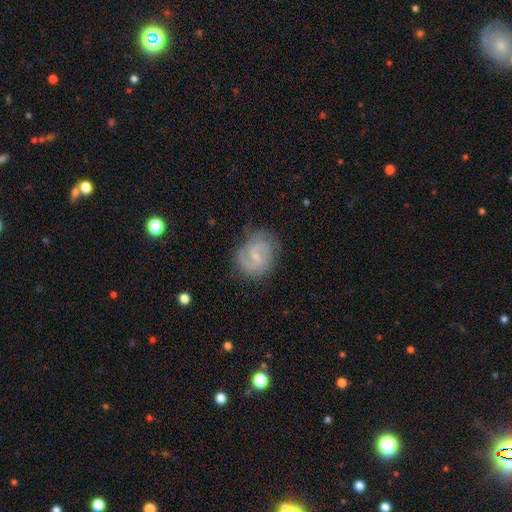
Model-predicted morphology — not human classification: Smooth or featured? featured or disk (81%)
Edge-on disk? no (98%)
Bar? weak (58%)
Spiral arms? yes (95%)
Spiral winding? medium (50%)
Spiral arm count? 2 (84%)
Bulge size? small (68%)
Merging? none (76%)